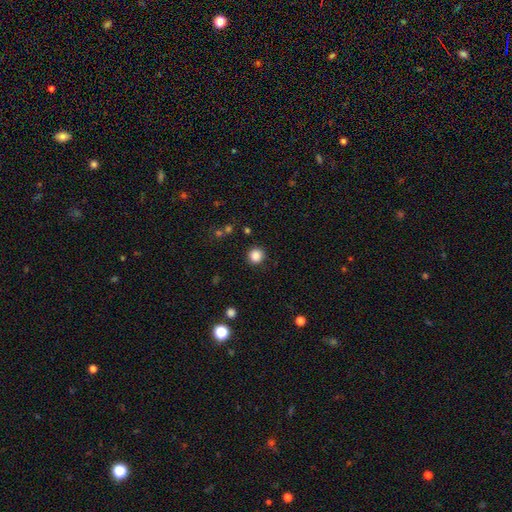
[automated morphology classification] type=smooth (86%); roundness=round (91%); merging=none (89%).